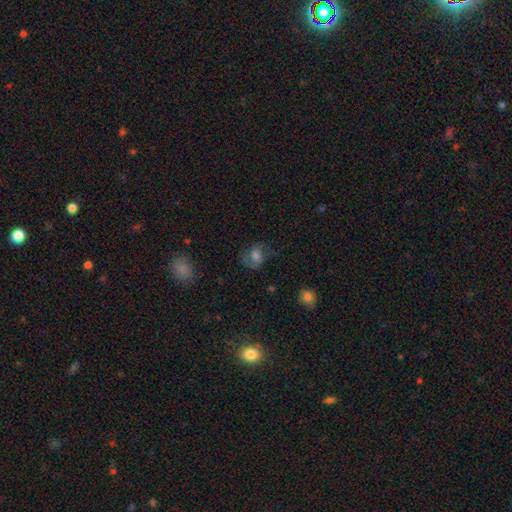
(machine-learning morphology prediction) type=smooth (53%); roundness=round (49%, tied with in between); merging=none (55%).